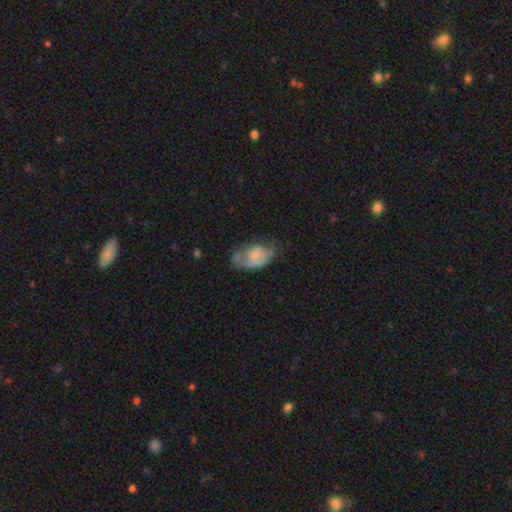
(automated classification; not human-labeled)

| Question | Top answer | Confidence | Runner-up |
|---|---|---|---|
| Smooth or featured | smooth | 50% | featured or disk (42%) |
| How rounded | in between | 89% | round (9%) |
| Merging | none | 35% | minor disturbance (34%) |